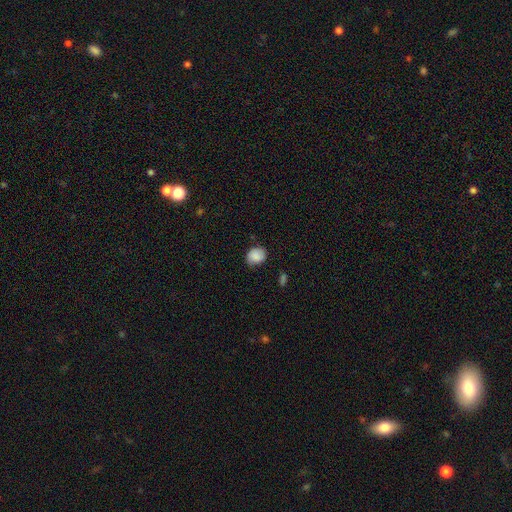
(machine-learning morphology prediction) The model was most divided on "how rounded": round: 60%, in between: 39%, cigar-shaped: 1%. More confident: smooth or featured — smooth (82%); merging — none (71%).